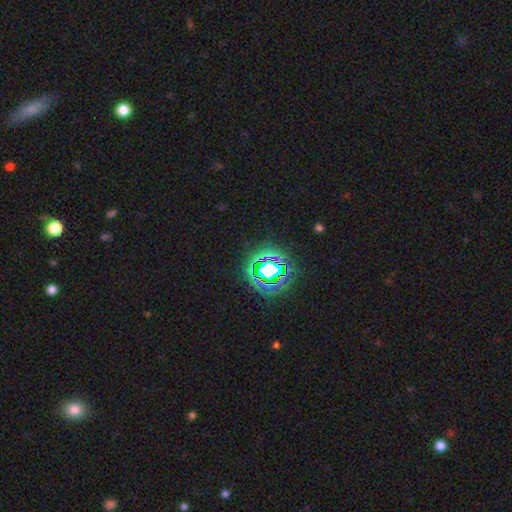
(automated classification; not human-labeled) This is clearly a star or artifact rather than a galaxy (82%).